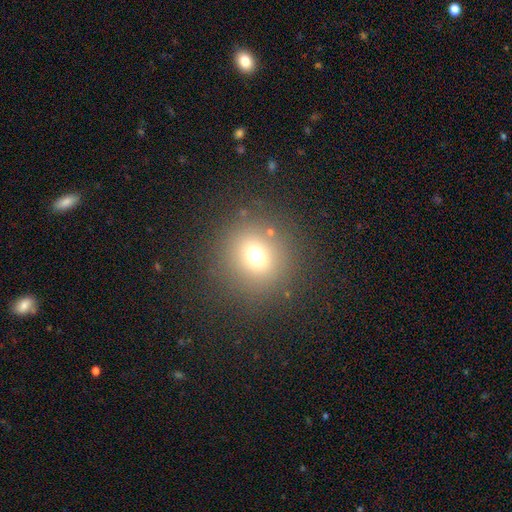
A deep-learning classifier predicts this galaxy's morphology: Smooth or featured?
  - smooth: 68% *
  - star or artifact: 23%
  - featured or disk: 9%
How rounded?
  - round: 89% *
  - in between: 10%
  - cigar-shaped: 1%
Merging?
  - none: 84% *
  - minor disturbance: 7%
  - major disturbance: 6%
  - merger: 3%